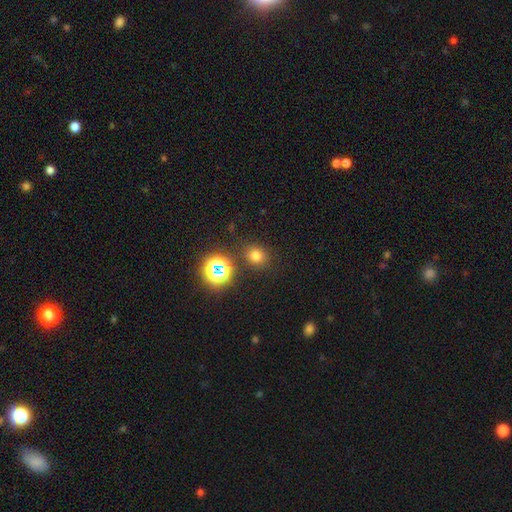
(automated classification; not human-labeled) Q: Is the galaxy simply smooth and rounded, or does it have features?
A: smooth — 71%.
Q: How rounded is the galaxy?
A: round — 74%.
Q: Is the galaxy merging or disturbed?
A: none — 84%.